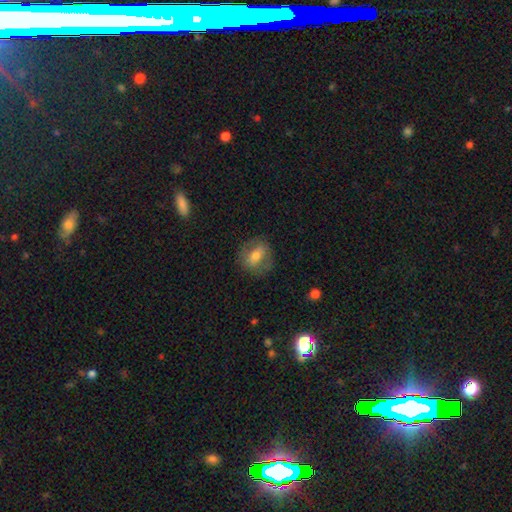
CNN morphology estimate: Smooth or featured? smooth (56%)
How rounded? in between (50%)
Merging? none (78%)